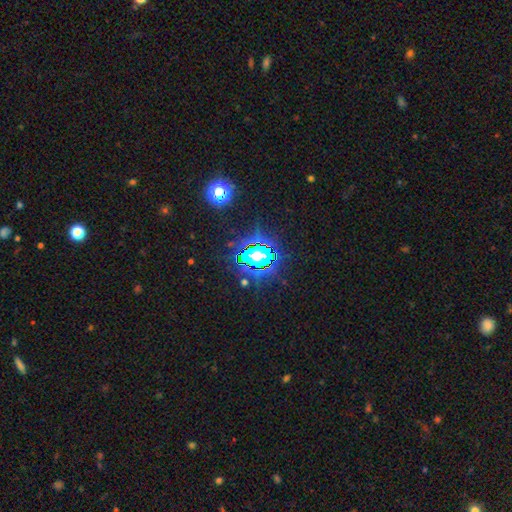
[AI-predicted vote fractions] Morphology: type=star or artifact (81%).